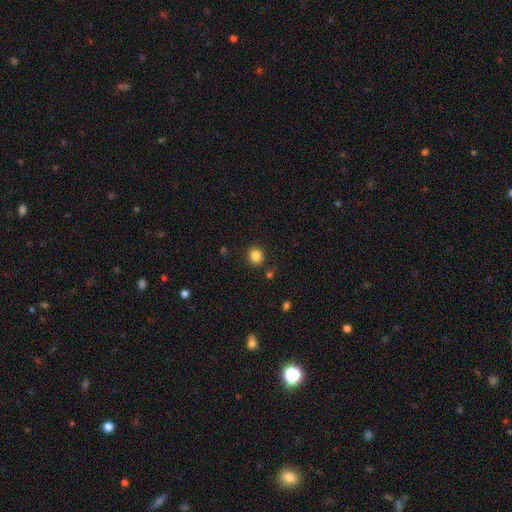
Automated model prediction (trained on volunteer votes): Smooth or featured? Predicted: smooth (p=0.85). How rounded? Predicted: round (p=0.87). Merging? Predicted: none (p=0.88).